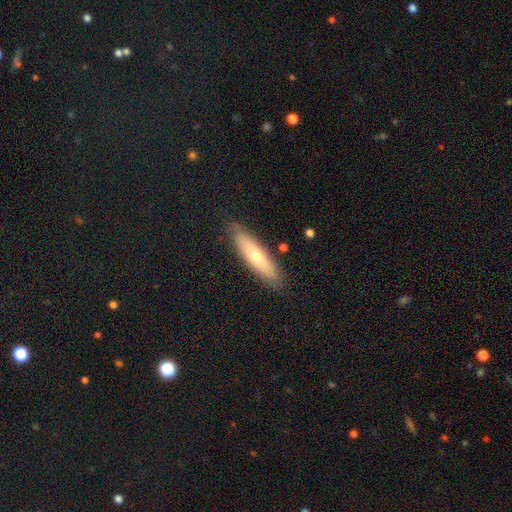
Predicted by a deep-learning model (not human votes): Smooth or featured? Predicted: smooth (p=0.58). How rounded? Predicted: cigar-shaped (p=0.67). Merging? Predicted: none (p=0.86).